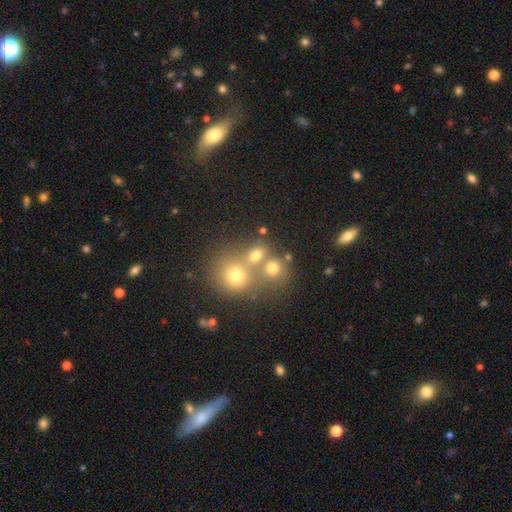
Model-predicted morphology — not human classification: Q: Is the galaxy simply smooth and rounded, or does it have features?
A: smooth — 70%.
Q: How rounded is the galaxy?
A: round — 69%.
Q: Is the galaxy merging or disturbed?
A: none — 45%.